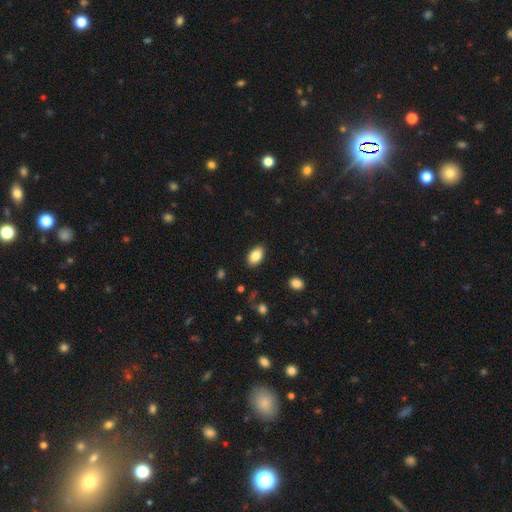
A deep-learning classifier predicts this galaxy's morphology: smooth_or_featured: smooth (p=0.85) [alt: star or artifact p=0.08]
how_rounded: in between (p=0.92) [alt: round p=0.07]
merging: none (p=0.87) [alt: minor disturbance p=0.09]